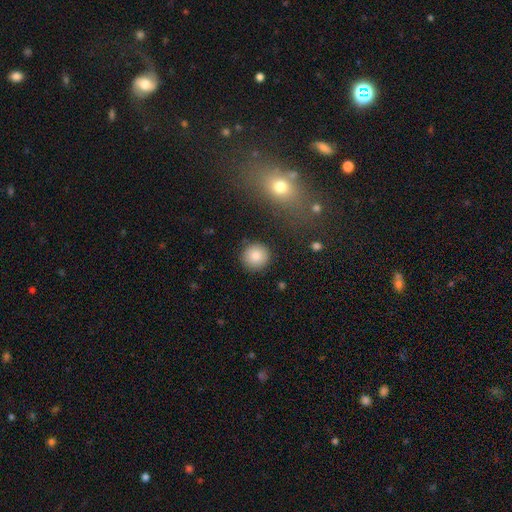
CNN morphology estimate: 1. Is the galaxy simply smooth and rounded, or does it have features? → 85% smooth, 8% star or artifact, 6% featured or disk.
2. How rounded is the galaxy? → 93% round, 6% in between, 1% cigar-shaped.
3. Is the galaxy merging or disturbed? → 89% none, 6% minor disturbance, 2% major disturbance, 2% merger.